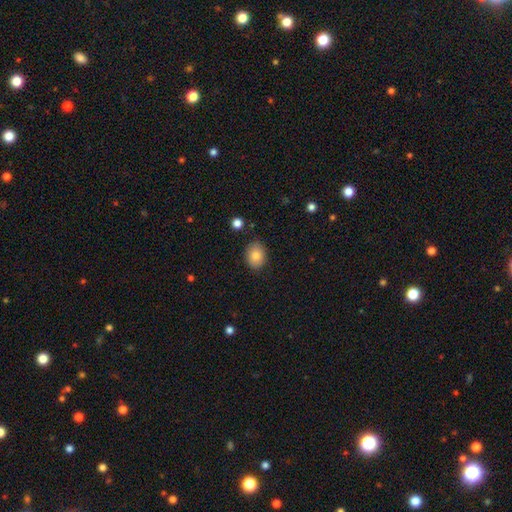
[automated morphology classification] Smooth or featured: smooth — 83% (featured or disk — 9%)
How rounded: in between — 60% (round — 39%)
Merging: none — 85% (minor disturbance — 11%)